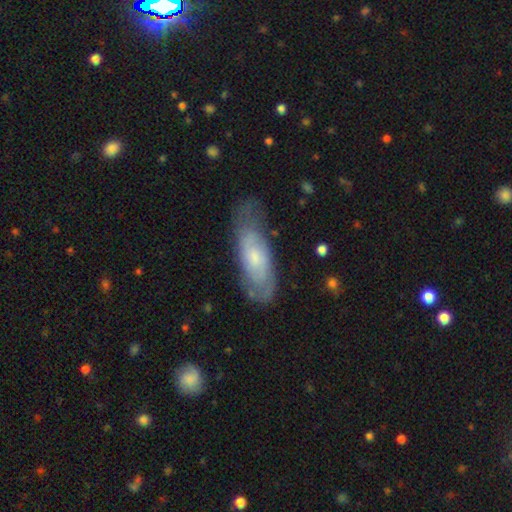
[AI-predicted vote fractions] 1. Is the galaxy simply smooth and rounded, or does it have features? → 60% featured or disk, 34% smooth, 7% star or artifact.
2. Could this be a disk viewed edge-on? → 82% no, 18% yes.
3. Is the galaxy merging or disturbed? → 65% none, 24% minor disturbance, 9% major disturbance, 2% merger.